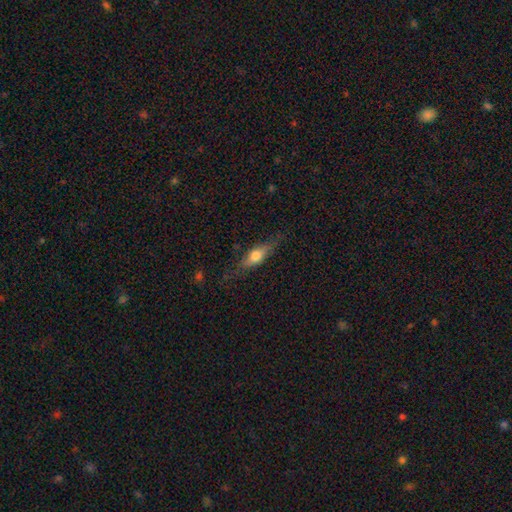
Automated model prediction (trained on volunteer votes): smooth-or-featured: smooth: 57% | featured or disk: 36% | star or artifact: 7%
  how-rounded: in between: 53% | cigar-shaped: 43% | round: 4%
  merging: none: 73% | minor disturbance: 19% | major disturbance: 6% | merger: 1%